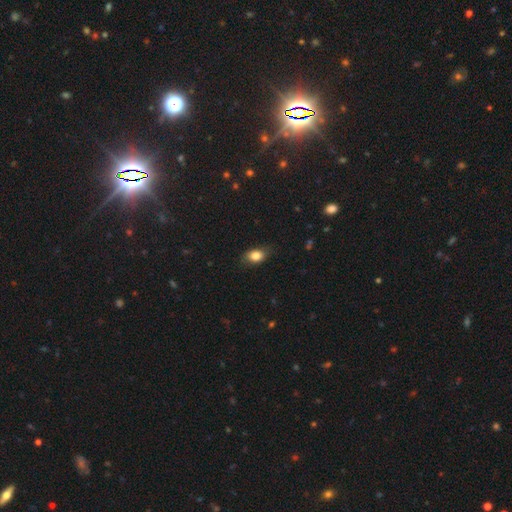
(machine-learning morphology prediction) A smooth galaxy with no disk features (84%) that is in between round and cigar-shaped (82%).

Vote fractions:
- Smooth or featured? smooth: 84% / star or artifact: 8% / featured or disk: 8%
- How rounded? in between: 82% / round: 16% / cigar-shaped: 2%
- Merging? none: 80% / minor disturbance: 16% / major disturbance: 3% / merger: 1%